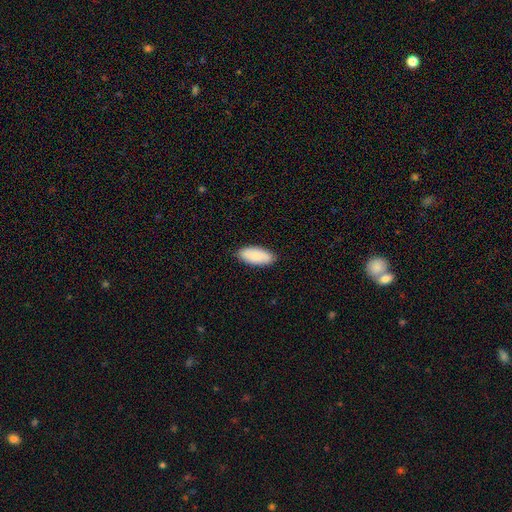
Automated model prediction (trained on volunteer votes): Smooth or featured? Predicted: smooth (p=0.86). How rounded? Predicted: in between (p=0.89). Merging? Predicted: none (p=0.86).